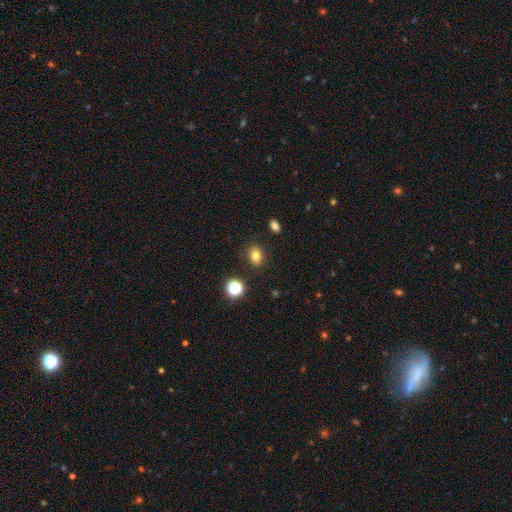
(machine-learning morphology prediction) A smooth galaxy with no disk features (80%) that is in between round and cigar-shaped (63%). Merging: none (85%).